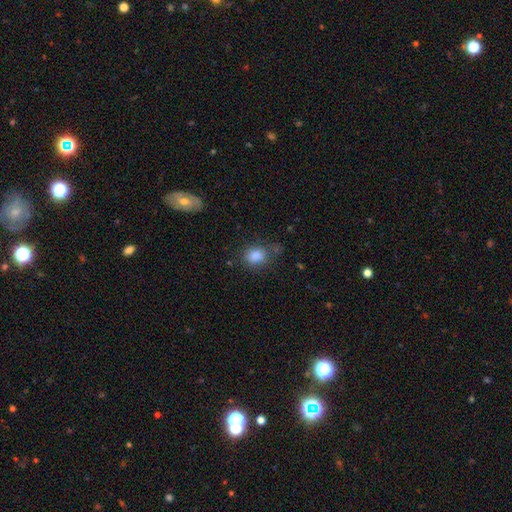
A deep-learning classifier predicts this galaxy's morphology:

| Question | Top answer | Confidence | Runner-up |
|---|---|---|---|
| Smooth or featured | smooth | 86% | star or artifact (10%) |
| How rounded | in between | 52% | round (46%) |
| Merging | none | 67% | minor disturbance (20%) |